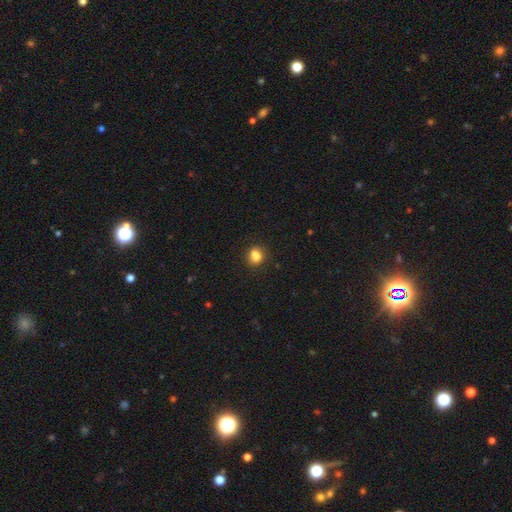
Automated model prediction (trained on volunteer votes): smooth-or-featured: smooth: 83% | star or artifact: 11% | featured or disk: 7%
  how-rounded: round: 49% (tied) | in between: 49% (tied) | cigar-shaped: 2%
  merging: none: 73% | minor disturbance: 15% | merger: 8% | major disturbance: 4%